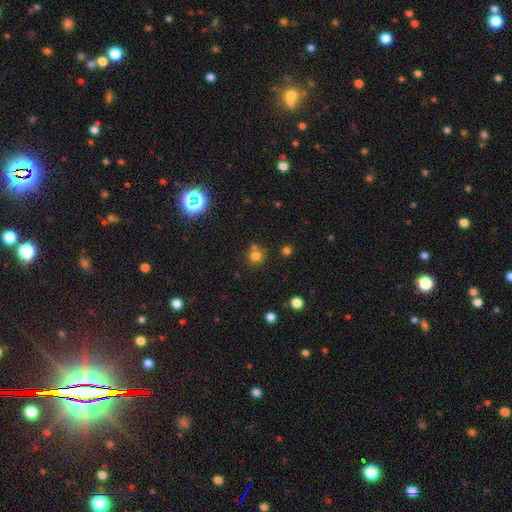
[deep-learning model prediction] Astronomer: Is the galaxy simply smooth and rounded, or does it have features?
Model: smooth — 75%.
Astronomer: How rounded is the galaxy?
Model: round — 89%.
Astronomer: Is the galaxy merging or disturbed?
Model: none — 68%.